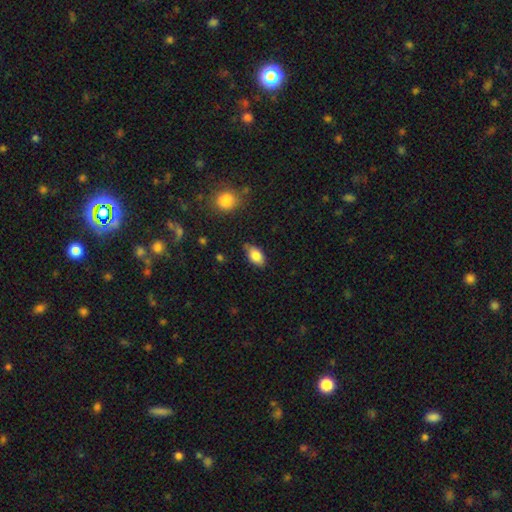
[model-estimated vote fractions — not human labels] The model was most divided on "merging": none: 78%, minor disturbance: 17%, major disturbance: 3%, merger: 2%. More confident: how rounded — in between (91%); smooth or featured — smooth (83%).